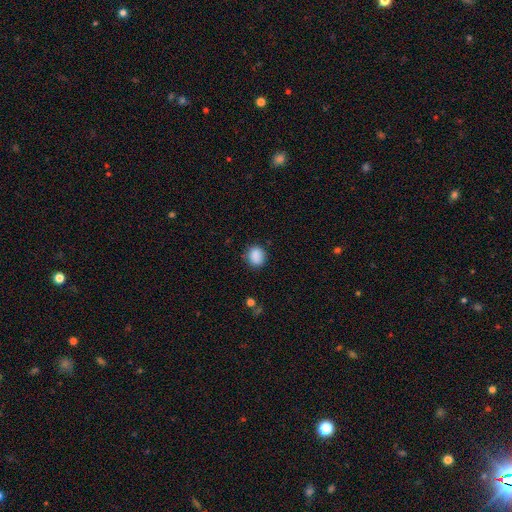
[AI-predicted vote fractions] A smooth galaxy with no disk features (88%) that is round (68%).

Vote fractions:
- Smooth or featured? smooth: 88% / star or artifact: 9% / featured or disk: 3%
- How rounded? round: 68% / in between: 31% / cigar-shaped: 1%
- Merging? none: 83% / minor disturbance: 13% / major disturbance: 3% / merger: 1%